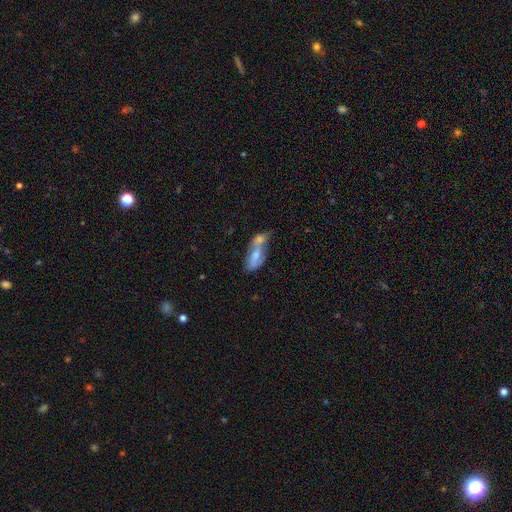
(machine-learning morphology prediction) Smooth or featured?
  - smooth: 59% *
  - featured or disk: 33%
  - star or artifact: 7%
How rounded?
  - in between: 82% *
  - cigar-shaped: 14%
  - round: 4%
Merging?
  - merger: 68% *
  - none: 15%
  - minor disturbance: 10%
  - major disturbance: 8%